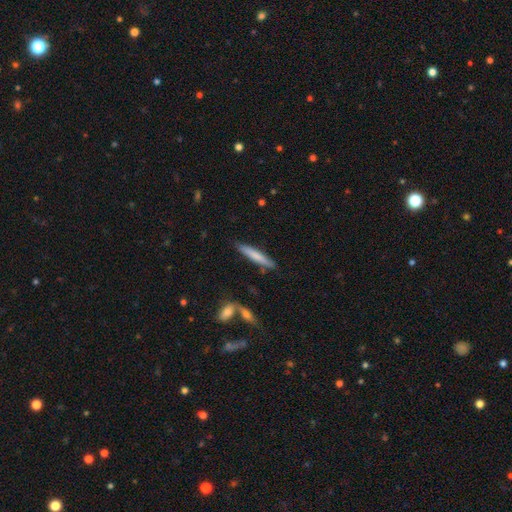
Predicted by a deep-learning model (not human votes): Smooth or featured: smooth — 70% (featured or disk — 25%)
How rounded: cigar-shaped — 92% (in between — 7%)
Merging: none — 85% (minor disturbance — 10%)